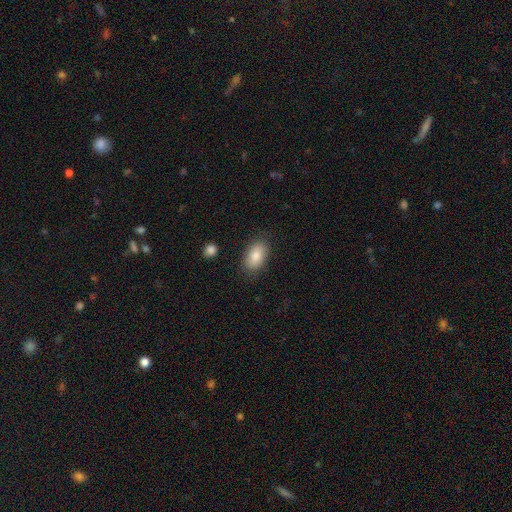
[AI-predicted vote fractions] smooth 84%, featured or disk 8%, star or artifact 7%. Down the decision tree: how rounded — in between (92%); merging — none (84%).